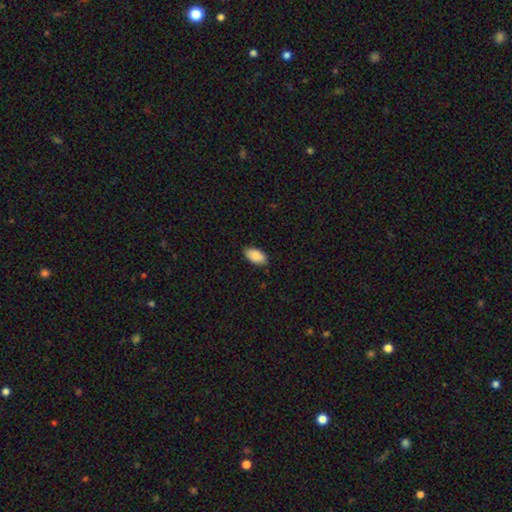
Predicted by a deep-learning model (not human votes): Overall: smooth (90%). How rounded: in between (95%). Merging: none (87%).